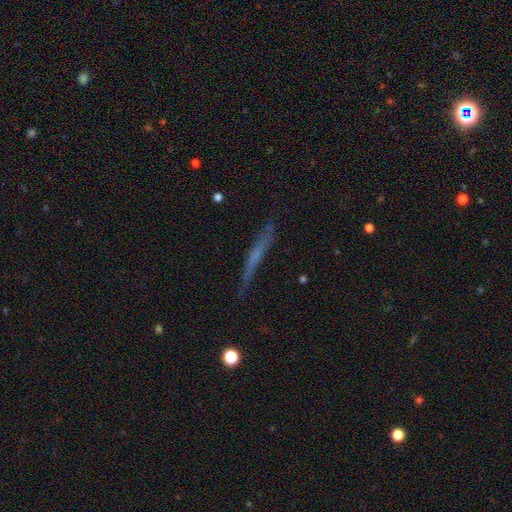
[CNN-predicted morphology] A featured or disk galaxy (46%). Merging: none (71%).